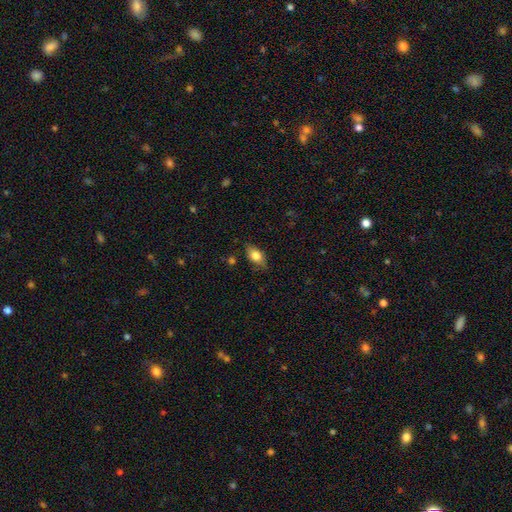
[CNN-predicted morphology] smooth-or-featured: smooth: 73% | featured or disk: 19% | star or artifact: 8%
  how-rounded: in between: 82% | round: 10% | cigar-shaped: 8%
  merging: none: 76% | minor disturbance: 18% | major disturbance: 4% | merger: 2%